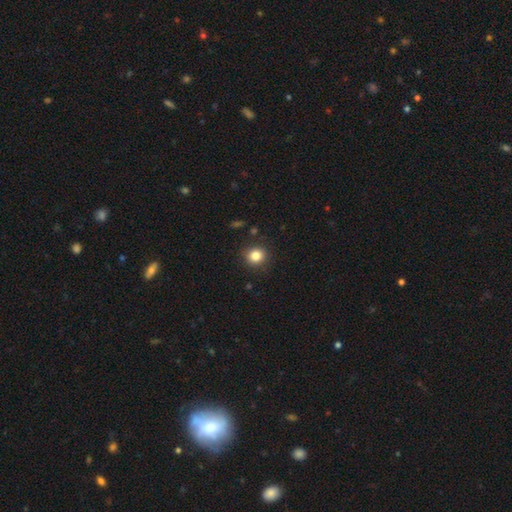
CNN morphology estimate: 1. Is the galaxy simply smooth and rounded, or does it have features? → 83% smooth, 11% star or artifact, 5% featured or disk.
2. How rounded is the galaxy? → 87% round, 12% in between, 1% cigar-shaped.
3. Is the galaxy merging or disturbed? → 89% none, 7% minor disturbance, 2% major disturbance, 1% merger.